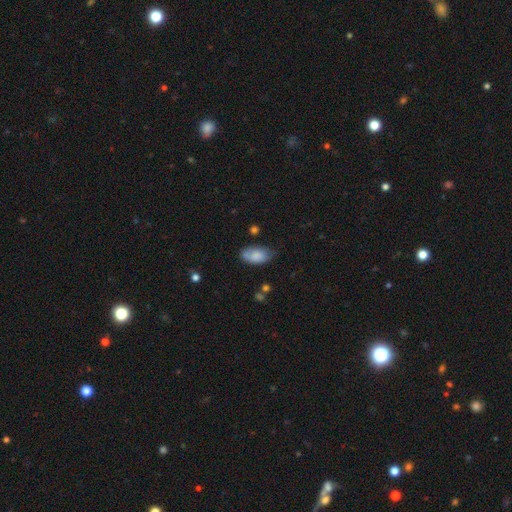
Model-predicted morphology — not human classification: smooth 80%, featured or disk 13%, star or artifact 7%. Down the decision tree: how rounded — in between (93%); merging — none (59%).